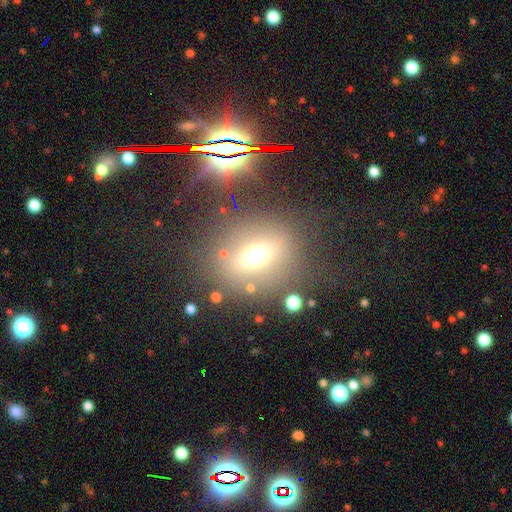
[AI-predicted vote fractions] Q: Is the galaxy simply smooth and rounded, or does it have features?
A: smooth — 56%.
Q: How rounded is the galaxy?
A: round — 49%.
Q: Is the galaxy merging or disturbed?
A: none — 72%.